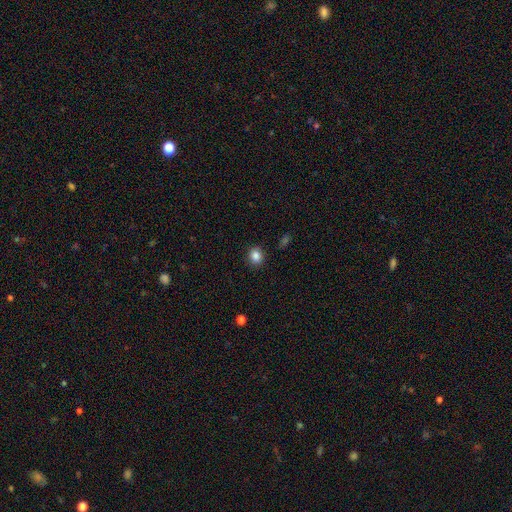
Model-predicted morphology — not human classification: Smooth or featured: smooth — 85% (star or artifact — 10%)
How rounded: round — 72% (in between — 27%)
Merging: none — 90% (minor disturbance — 7%)